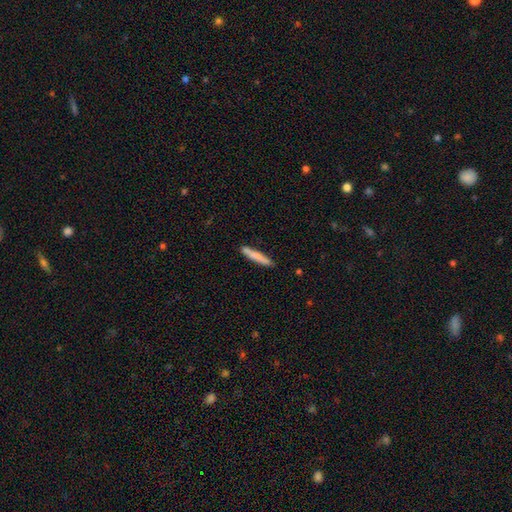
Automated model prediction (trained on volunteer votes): Q: Smooth or featured?
A: smooth (75%); runner-up: featured or disk (19%)
Q: How rounded?
A: cigar-shaped (93%); runner-up: in between (5%)
Q: Merging?
A: none (81%); runner-up: minor disturbance (12%)